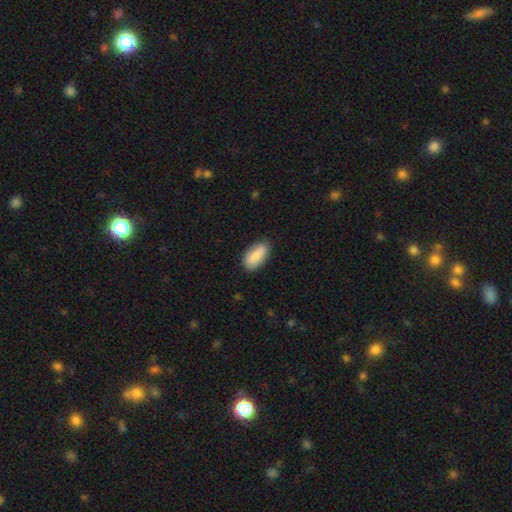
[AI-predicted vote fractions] Morphology: type=smooth (87%); roundness=in between (89%); merging=none (82%).